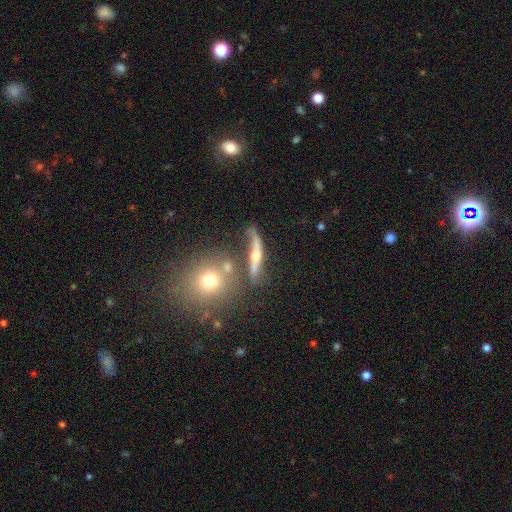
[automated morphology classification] A featured or disk galaxy (67%) viewed edge-on (81%) with a rounded central bulge (89%).

Vote fractions:
- Smooth or featured? featured or disk: 67% / smooth: 20% / star or artifact: 12%
- Edge-on disk? yes: 81% / no: 19%
- Edge-on bulge? rounded: 89% / none: 6% / boxy: 4%
- Merging? none: 64% / minor disturbance: 16% / merger: 12% / major disturbance: 8%